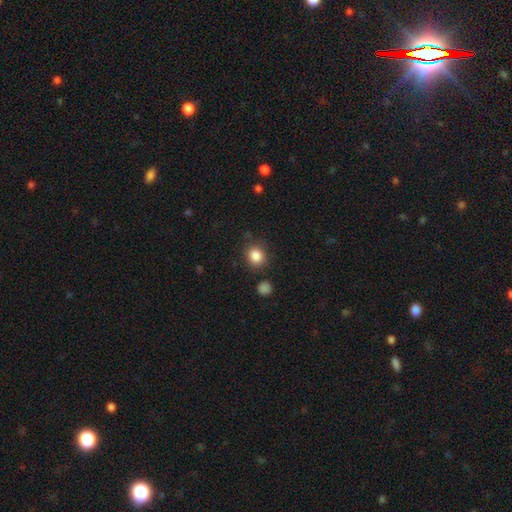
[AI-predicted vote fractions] A smooth galaxy with no disk features (85%) that is round (72%).

Vote fractions:
- Smooth or featured? smooth: 85% / star or artifact: 10% / featured or disk: 5%
- How rounded? round: 72% / in between: 27% / cigar-shaped: 1%
- Merging? none: 82% / minor disturbance: 11% / major disturbance: 3% / merger: 3%